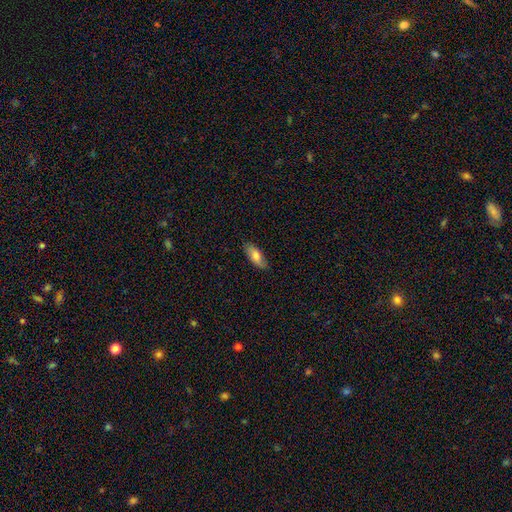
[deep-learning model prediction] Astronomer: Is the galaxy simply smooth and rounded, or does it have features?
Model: smooth — 75%.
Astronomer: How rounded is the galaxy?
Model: in between — 79%.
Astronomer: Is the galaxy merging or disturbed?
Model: none — 84%.